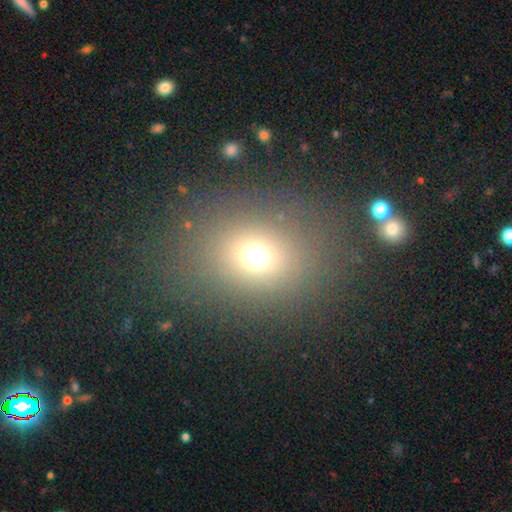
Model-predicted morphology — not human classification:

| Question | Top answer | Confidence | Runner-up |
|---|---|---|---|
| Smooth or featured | smooth | 68% | star or artifact (22%) |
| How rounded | round | 62% | in between (37%) |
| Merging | none | 82% | minor disturbance (9%) |